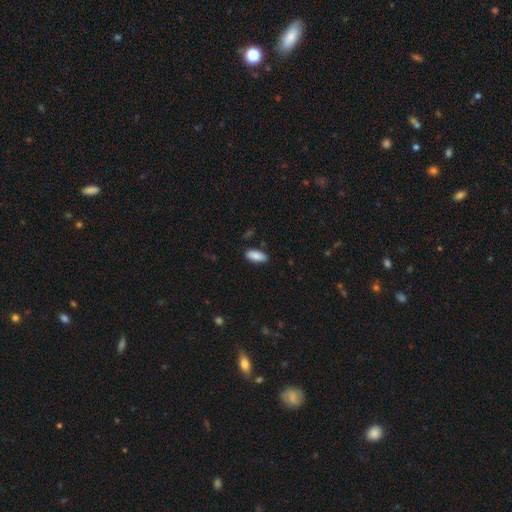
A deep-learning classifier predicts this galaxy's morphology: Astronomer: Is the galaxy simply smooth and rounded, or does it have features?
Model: smooth — 87%.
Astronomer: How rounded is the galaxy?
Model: in between — 84%.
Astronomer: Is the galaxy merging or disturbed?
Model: none — 83%.